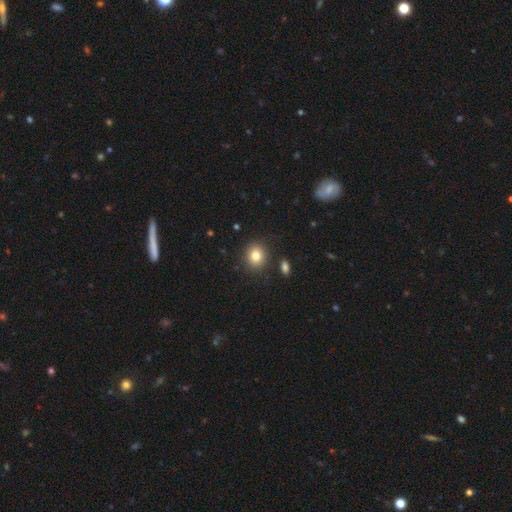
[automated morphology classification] The model was most divided on "how rounded": round: 74%, in between: 25%, cigar-shaped: 1%. More confident: merging — none (87%); smooth or featured — smooth (81%).